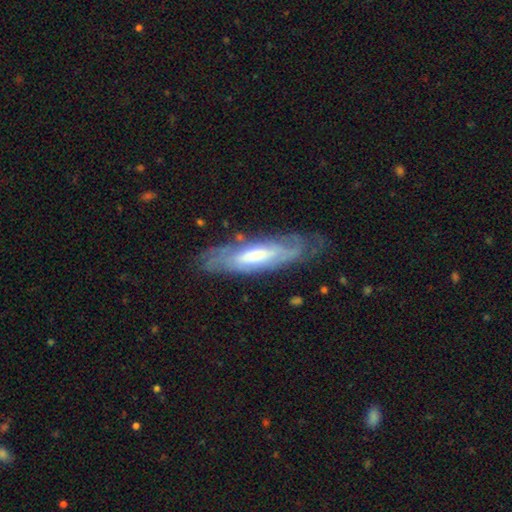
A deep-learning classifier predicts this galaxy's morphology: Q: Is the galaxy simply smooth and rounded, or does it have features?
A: featured or disk — 68%.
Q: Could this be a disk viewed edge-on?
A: no — 68%.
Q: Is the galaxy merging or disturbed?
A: none — 69%.